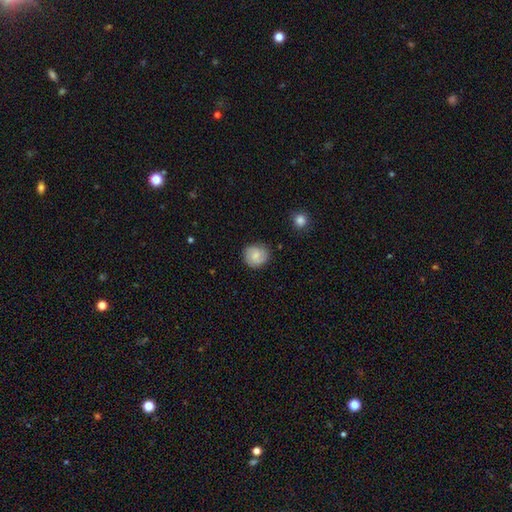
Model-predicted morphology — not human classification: This appears to be a smooth galaxy with no disk features (74%) that is round (85%). Merging: none (83%).